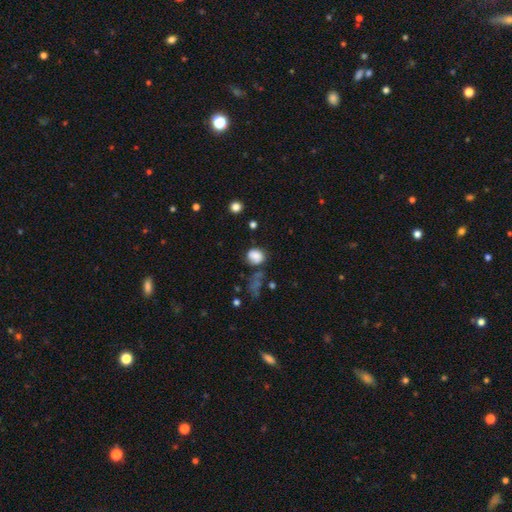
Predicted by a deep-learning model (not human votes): This is likely a smooth galaxy (77%). How rounded: likely round (61%). Merging: possibly none (49%).